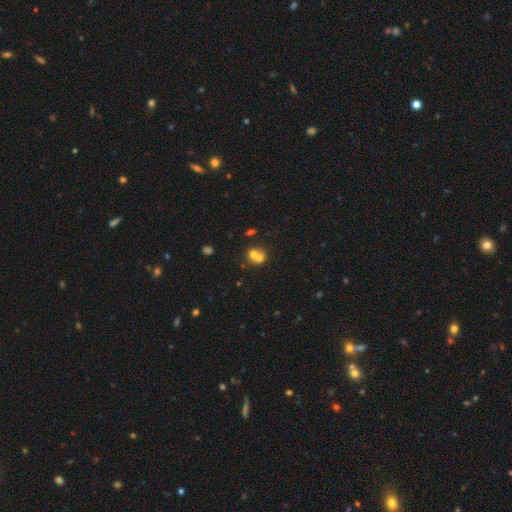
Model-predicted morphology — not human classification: Smooth or featured: smooth — 64% (featured or disk — 23%)
How rounded: round — 65% (in between — 33%)
Merging: merger — 66% (none — 25%)